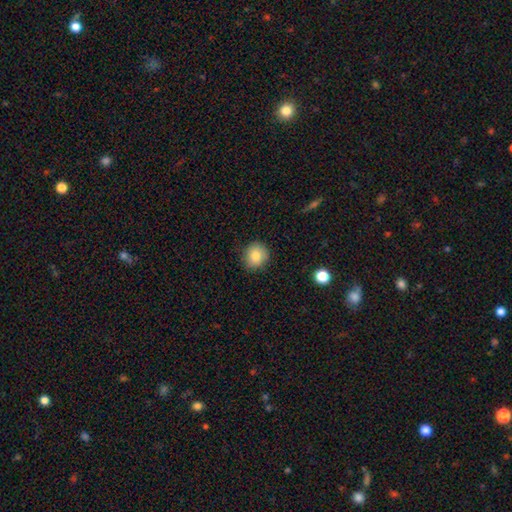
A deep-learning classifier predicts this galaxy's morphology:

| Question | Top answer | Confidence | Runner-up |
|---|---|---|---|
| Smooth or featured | smooth | 84% | star or artifact (9%) |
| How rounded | round | 86% | in between (13%) |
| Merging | none | 87% | minor disturbance (9%) |